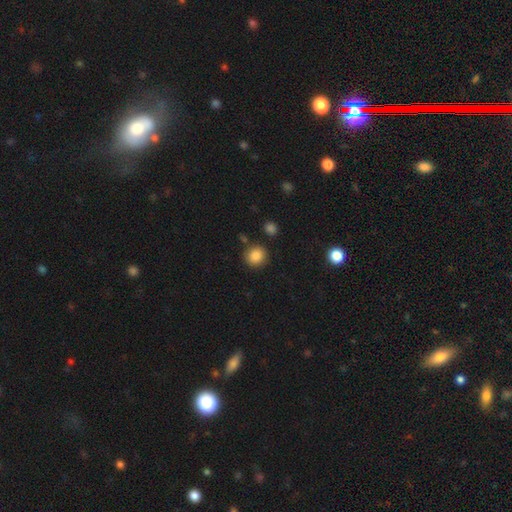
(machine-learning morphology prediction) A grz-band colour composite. It shows a smooth galaxy with no disk features (86%) that is round (88%). Merging: none (85%).